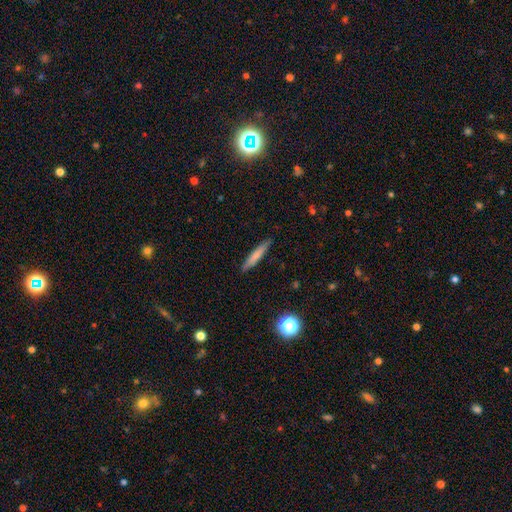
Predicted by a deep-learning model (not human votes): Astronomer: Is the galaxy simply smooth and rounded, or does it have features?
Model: smooth — 72%.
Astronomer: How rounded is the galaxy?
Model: cigar-shaped — 94%.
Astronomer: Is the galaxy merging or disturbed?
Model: none — 89%.